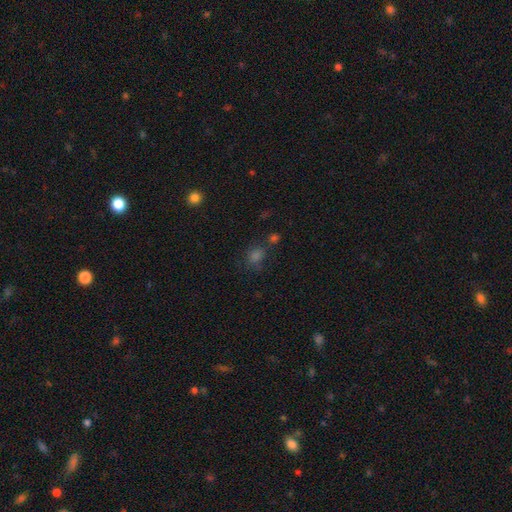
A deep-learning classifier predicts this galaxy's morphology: Smooth or featured: smooth — 60% (star or artifact — 33%)
How rounded: round — 71% (in between — 28%)
Merging: none — 71% (minor disturbance — 13%)